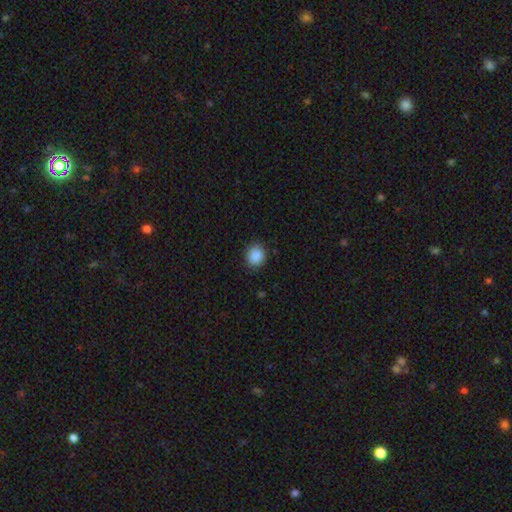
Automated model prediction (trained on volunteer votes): smooth-or-featured: smooth: 89% | star or artifact: 8% | featured or disk: 3%
  how-rounded: round: 74% | in between: 26% | cigar-shaped: 1%
  merging: none: 88% | minor disturbance: 9% | major disturbance: 2% | merger: 1%